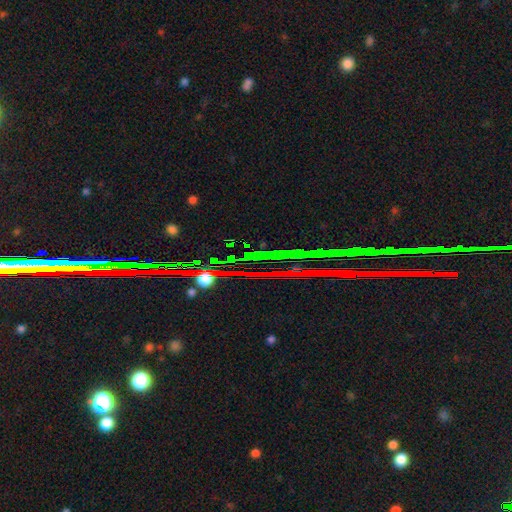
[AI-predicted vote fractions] Q: Smooth or featured?
A: star or artifact (81%); runner-up: featured or disk (11%)